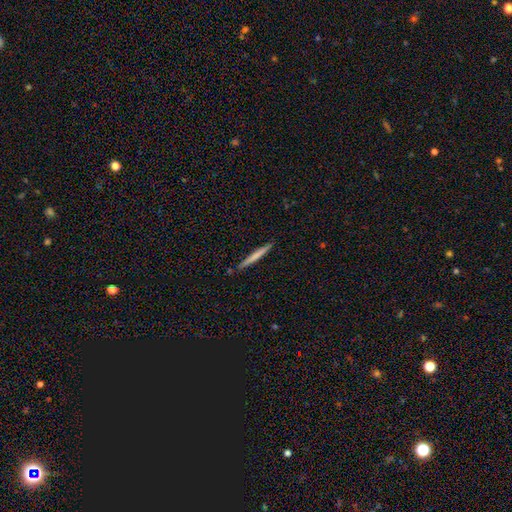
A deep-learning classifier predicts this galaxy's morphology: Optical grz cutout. It shows a smooth galaxy with no disk features (64%) that is cigar-shaped (97%). Merging: none (89%).